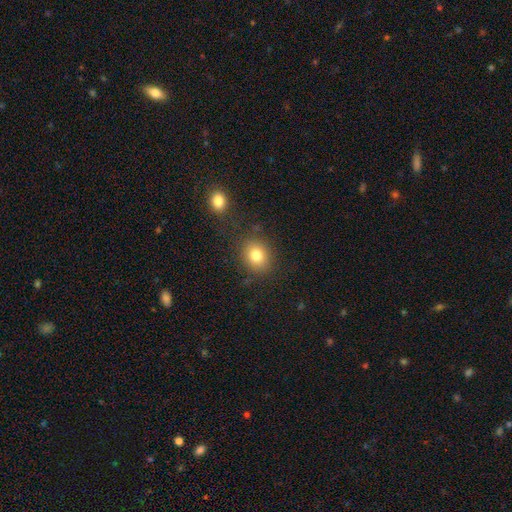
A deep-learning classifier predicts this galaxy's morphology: smooth 81%, star or artifact 11%, featured or disk 8%. Down the decision tree: how rounded — round (65%); merging — none (82%).